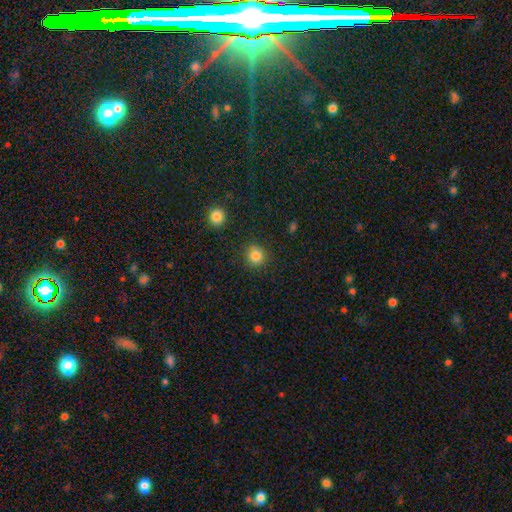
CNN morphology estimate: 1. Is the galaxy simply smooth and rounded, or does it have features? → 84% smooth, 11% star or artifact, 5% featured or disk.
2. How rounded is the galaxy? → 90% round, 9% in between, 1% cigar-shaped.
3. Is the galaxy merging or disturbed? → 89% none, 7% minor disturbance, 2% major disturbance, 2% merger.